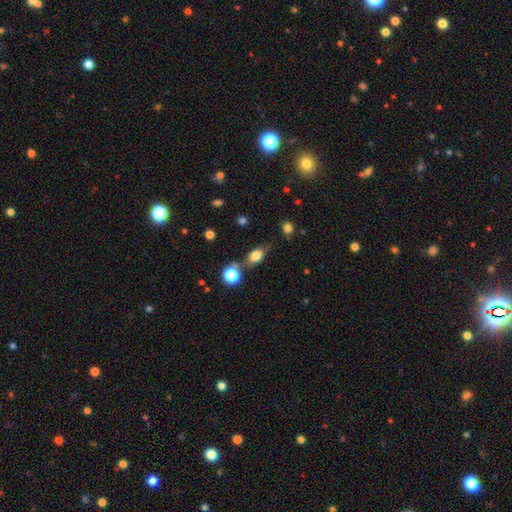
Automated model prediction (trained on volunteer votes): Smooth or featured?
  - smooth: 74% *
  - featured or disk: 15%
  - star or artifact: 11%
How rounded?
  - in between: 76% *
  - round: 18%
  - cigar-shaped: 6%
Merging?
  - none: 62% *
  - minor disturbance: 18%
  - merger: 13%
  - major disturbance: 6%